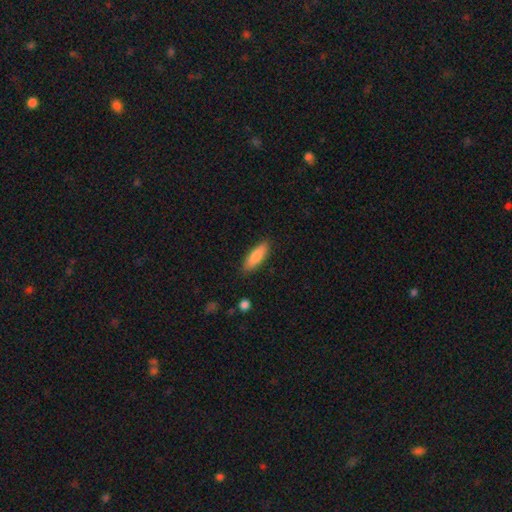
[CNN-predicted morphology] smooth 84%, featured or disk 10%, star or artifact 6%. Down the decision tree: how rounded — in between (56%); merging — none (87%).